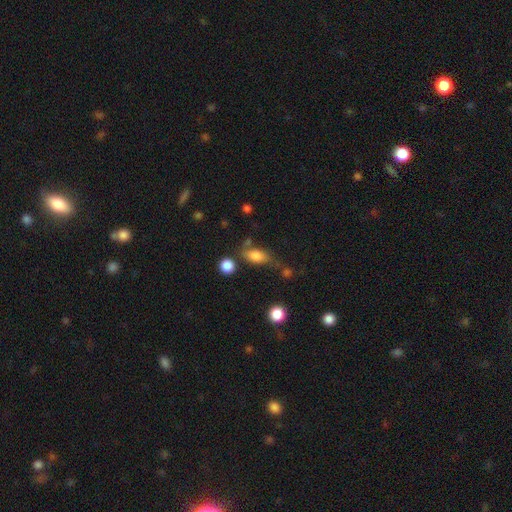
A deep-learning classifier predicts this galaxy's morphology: smooth-or-featured: smooth: 80% | featured or disk: 11% | star or artifact: 9%
  how-rounded: in between: 82% | cigar-shaped: 9% | round: 8%
  merging: none: 58% | minor disturbance: 22% | merger: 11% | major disturbance: 9%